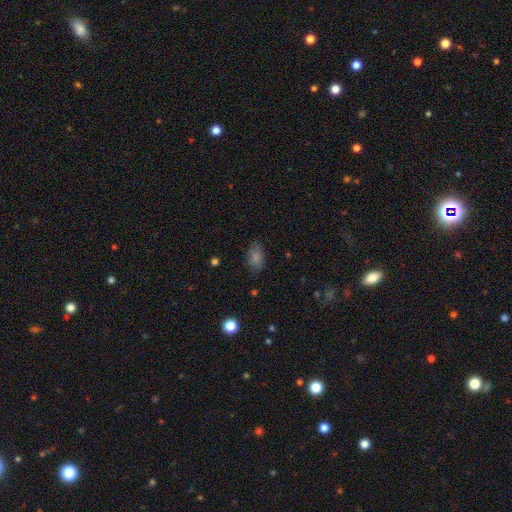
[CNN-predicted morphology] Smooth or featured?
  - smooth: 72% *
  - star or artifact: 17%
  - featured or disk: 11%
How rounded?
  - in between: 86% *
  - round: 11%
  - cigar-shaped: 3%
Merging?
  - none: 80% *
  - minor disturbance: 14%
  - major disturbance: 4%
  - merger: 1%